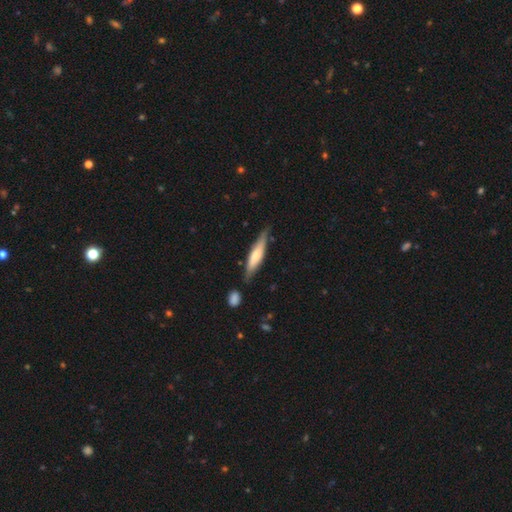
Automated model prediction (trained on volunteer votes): smooth_or_featured: smooth (p=0.55) [alt: featured or disk p=0.40]
how_rounded: cigar-shaped (p=0.82) [alt: in between p=0.17]
merging: none (p=0.75) [alt: minor disturbance p=0.17]